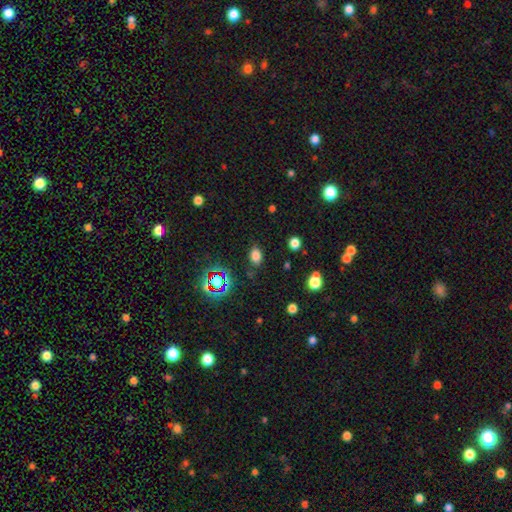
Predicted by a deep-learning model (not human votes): smooth_or_featured: smooth (p=0.75) [alt: star or artifact p=0.19]
how_rounded: in between (p=0.78) [alt: round p=0.21]
merging: none (p=0.82) [alt: minor disturbance p=0.12]